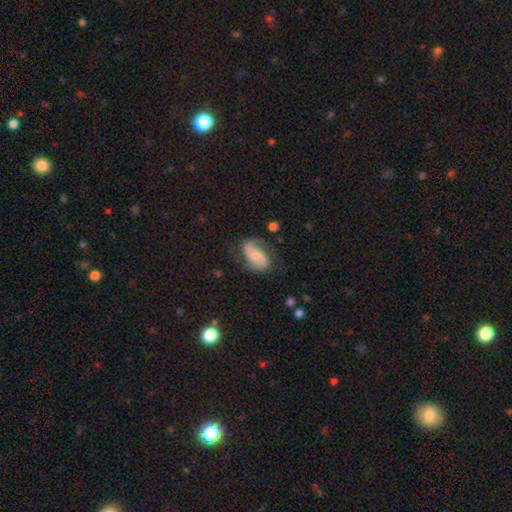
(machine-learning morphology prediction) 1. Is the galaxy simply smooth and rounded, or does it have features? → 74% featured or disk, 19% smooth, 7% star or artifact.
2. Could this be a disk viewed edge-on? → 98% no, 2% yes.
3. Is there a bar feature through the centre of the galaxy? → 44% no, 43% weak, 13% strong.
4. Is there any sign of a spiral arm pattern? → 94% yes, 6% no.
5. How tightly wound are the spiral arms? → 46% medium, 38% loose, 16% tight.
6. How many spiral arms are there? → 87% 2, 5% 1, 5% can't tell, 1% 3, 1% 4, 1% more than 4.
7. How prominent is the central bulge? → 40% small, 34% moderate, 17% none, 7% large, 2% dominant.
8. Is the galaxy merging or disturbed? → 65% none, 21% minor disturbance, 12% major disturbance, 2% merger.